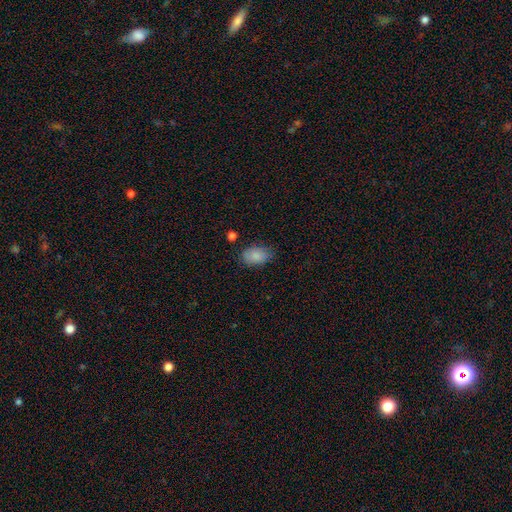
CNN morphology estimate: A smooth galaxy with no disk features (86%) that is in between round and cigar-shaped (86%).

Vote fractions:
- Smooth or featured? smooth: 86% / star or artifact: 8% / featured or disk: 6%
- How rounded? in between: 86% / round: 13% / cigar-shaped: 1%
- Merging? none: 78% / minor disturbance: 16% / major disturbance: 4% / merger: 2%